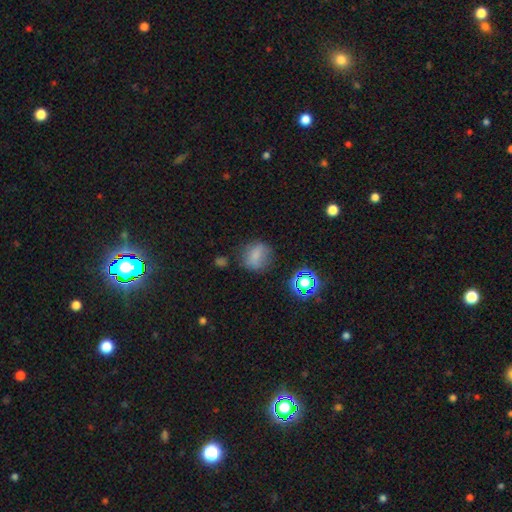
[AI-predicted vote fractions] This is likely a smooth galaxy (72%). How rounded: likely round (70%). Merging: likely none (68%).